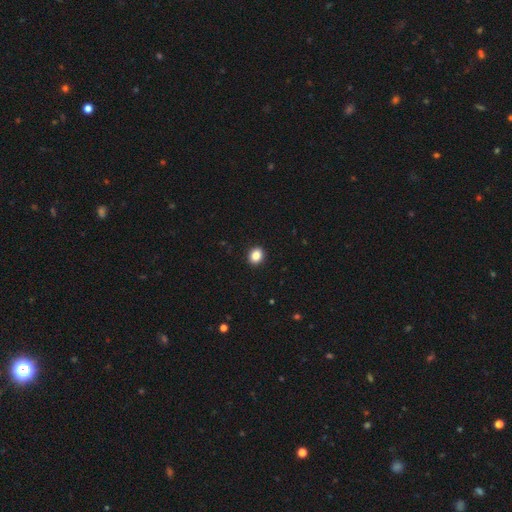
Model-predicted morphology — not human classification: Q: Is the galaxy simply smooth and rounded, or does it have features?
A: smooth — 86%.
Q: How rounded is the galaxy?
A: round — 57%.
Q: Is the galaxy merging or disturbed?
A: none — 93%.